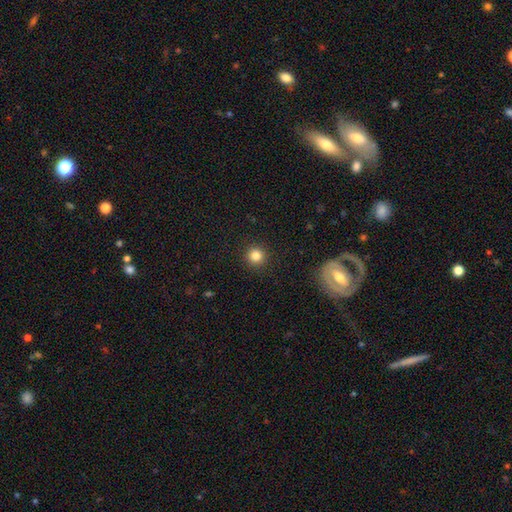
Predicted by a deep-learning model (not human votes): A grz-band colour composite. It shows a smooth galaxy with no disk features (83%) that is round (95%). Merging: none (92%).